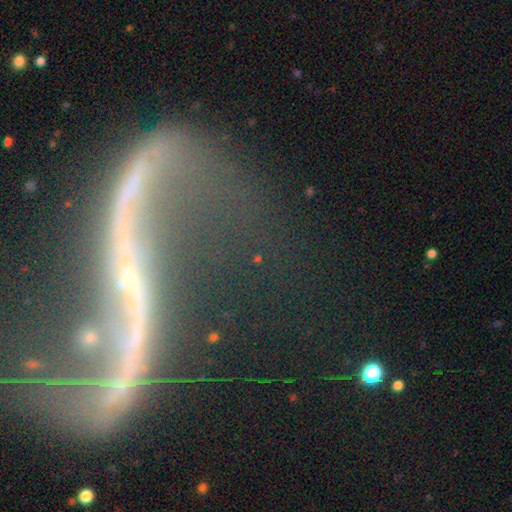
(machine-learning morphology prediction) This appears to be a featured or disk galaxy (84%) with no bar (39%), 2 (91%) loose (95%) spiral arms (84%) and a small central bulge (68%). Merging: none (48%).